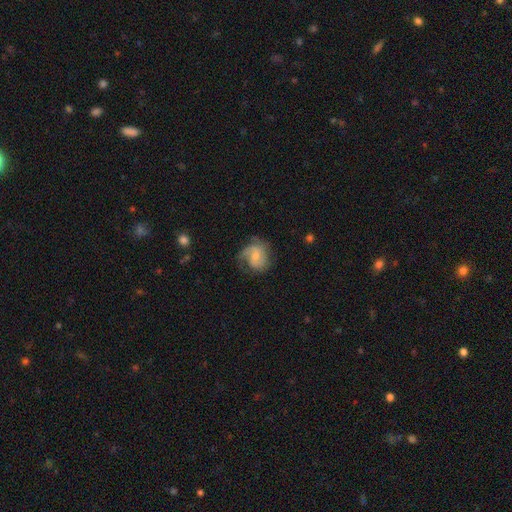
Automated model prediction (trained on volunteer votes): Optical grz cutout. It shows a featured or disk galaxy (58%) with no bar (51%), spiral arms (85%) and a small central bulge (49%). Merging: none (51%).